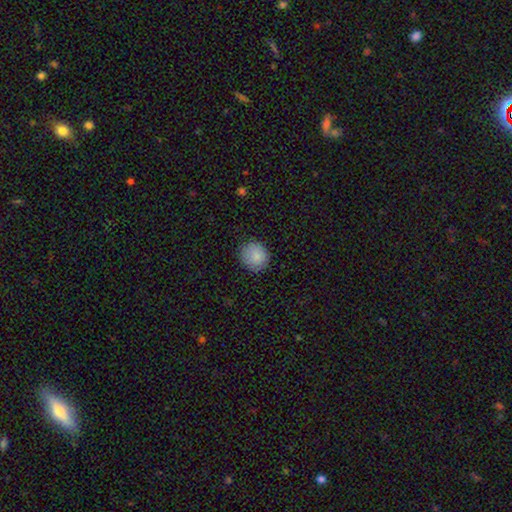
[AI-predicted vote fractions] Smooth or featured? smooth (86%)
How rounded? round (85%)
Merging? none (85%)